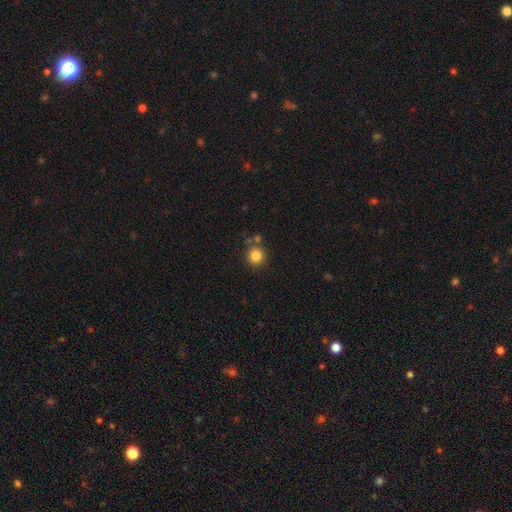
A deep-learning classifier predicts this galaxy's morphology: smooth_or_featured: smooth (p=0.84) [alt: star or artifact p=0.11]
how_rounded: round (p=0.91) [alt: in between p=0.08]
merging: none (p=0.78) [alt: merger p=0.11]